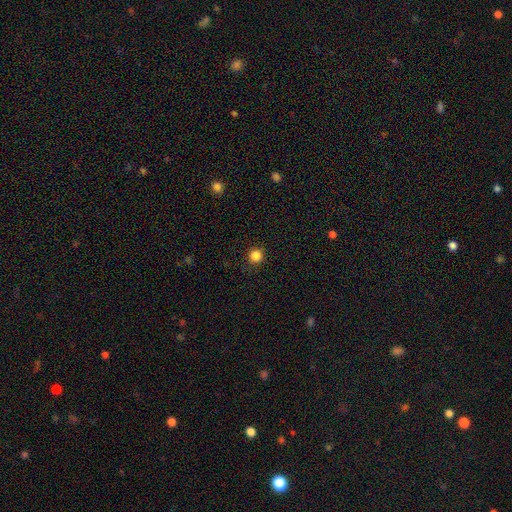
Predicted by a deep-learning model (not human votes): smooth_or_featured: smooth (p=0.85) [alt: star or artifact p=0.12]
how_rounded: round (p=0.94) [alt: in between p=0.05]
merging: none (p=0.90) [alt: minor disturbance p=0.07]